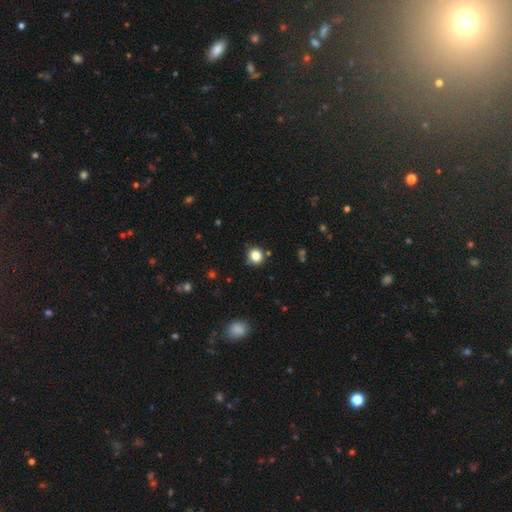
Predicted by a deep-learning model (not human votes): Overall: smooth (84%). How rounded: round (82%). Merging: none (85%).